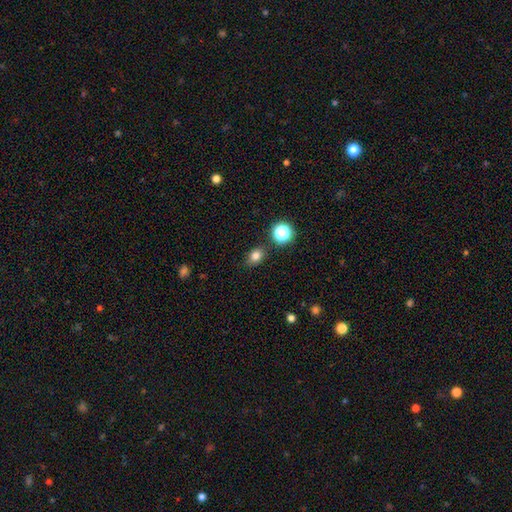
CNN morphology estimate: This appears to be a smooth galaxy with no disk features (78%) that is in between round and cigar-shaped (62%). Merging: none (82%).